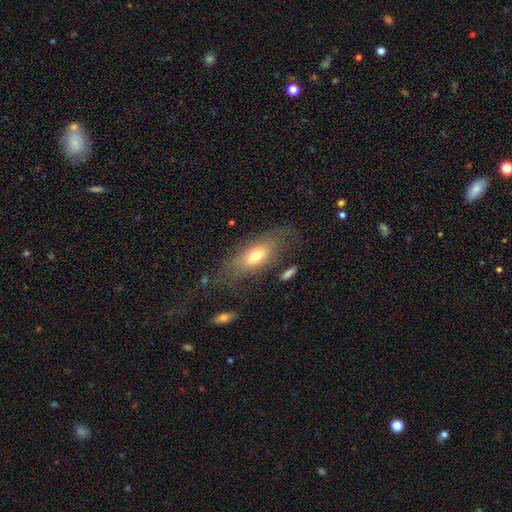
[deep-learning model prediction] Overall: smooth (65%; featured or disk 27%). How rounded: in between (77%). Merging: none (63%).